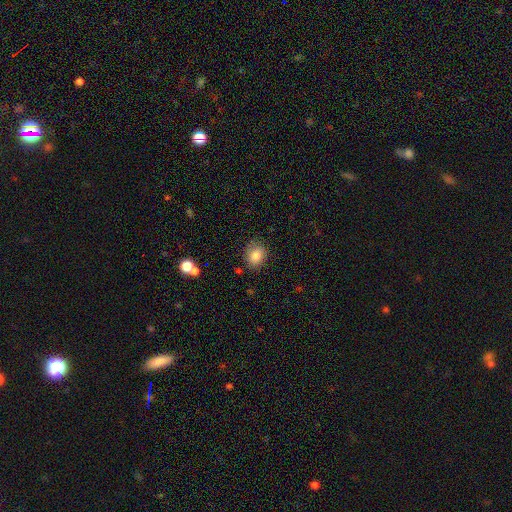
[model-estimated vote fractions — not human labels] This is clearly a smooth galaxy (83%). How rounded: possibly round (53%). Merging: likely none (79%).